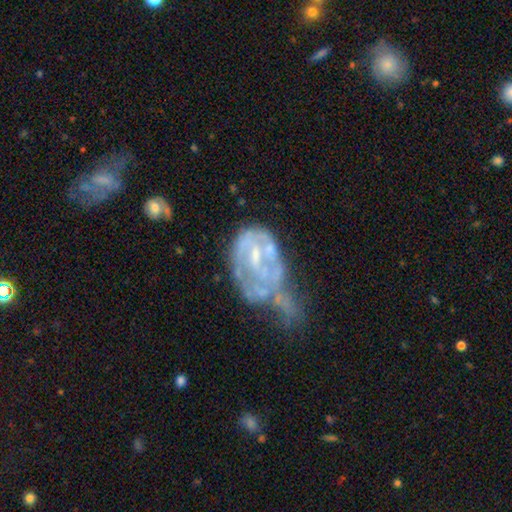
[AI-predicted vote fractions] Smooth or featured: featured or disk — 72% (smooth — 19%)
Edge-on disk: no — 97% (yes — 3%)
Bar: no — 53% (weak — 36%)
Spiral arms: no — 52% (yes — 48%)
Bulge size: small — 41% (moderate — 30%)
Merging: major disturbance — 44% (minor disturbance — 22%)